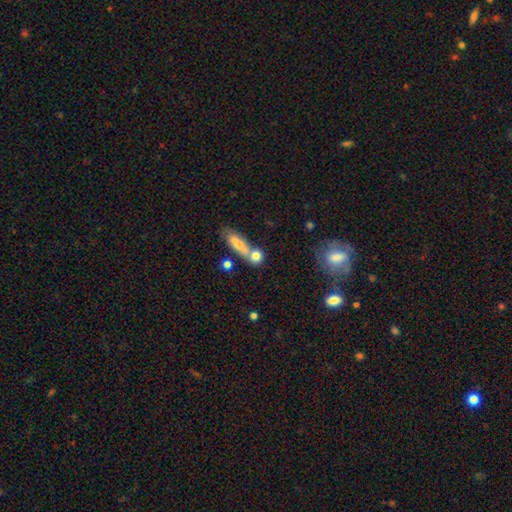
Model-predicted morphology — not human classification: Smooth or featured: smooth — 77% (featured or disk — 13%)
How rounded: round — 59% (in between — 24%)
Merging: none — 49% (merger — 37%)